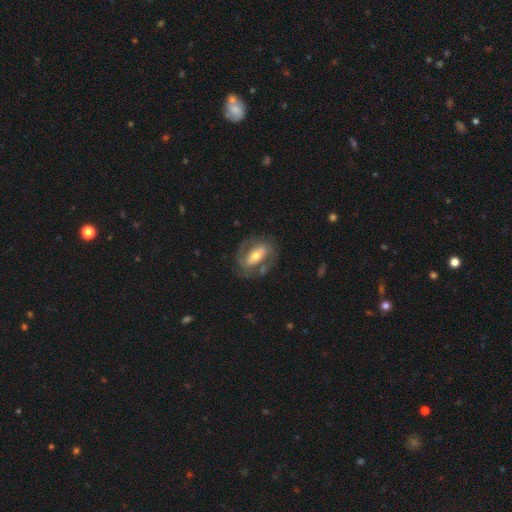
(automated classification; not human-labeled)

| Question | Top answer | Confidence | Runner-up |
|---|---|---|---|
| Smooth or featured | featured or disk | 71% | smooth (23%) |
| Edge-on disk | no | 93% | yes (7%) |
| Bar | strong | 43% | weak (30%) |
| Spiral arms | yes | 72% | no (28%) |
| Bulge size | moderate | 63% | small (24%) |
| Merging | none | 68% | minor disturbance (17%) |